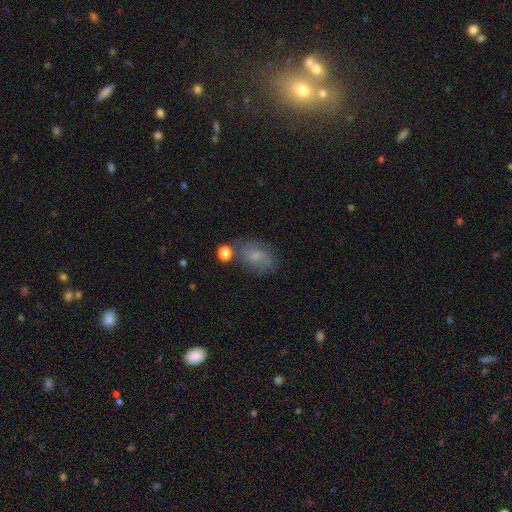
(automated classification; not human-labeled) Smooth or featured? featured or disk (45%)
Merging? none (65%)